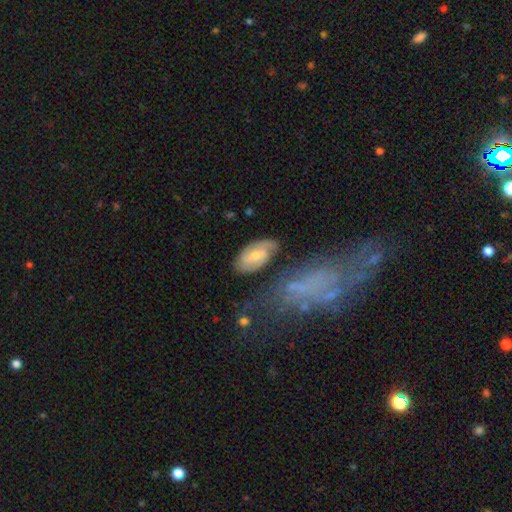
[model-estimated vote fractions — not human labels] smooth-or-featured: featured or disk: 60% | smooth: 34% | star or artifact: 7%
  disk-edge-on: no: 93% | yes: 7%
    bar: weak: 50% | no: 30% | strong: 20%
    has-spiral-arms: yes: 80% | no: 20%
    bulge-size: moderate: 47% (tied) | small: 47% (tied) | none: 3% | large: 2% | dominant: 1%
  merging: none: 64% | minor disturbance: 22% | major disturbance: 8% | merger: 6%